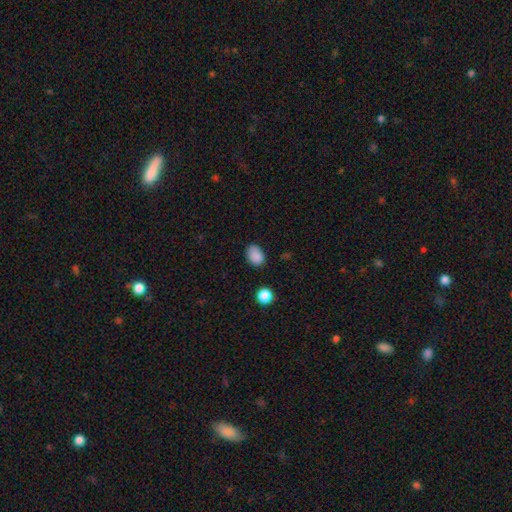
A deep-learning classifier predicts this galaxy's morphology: type=smooth (86%); roundness=in between (75%); merging=none (76%).